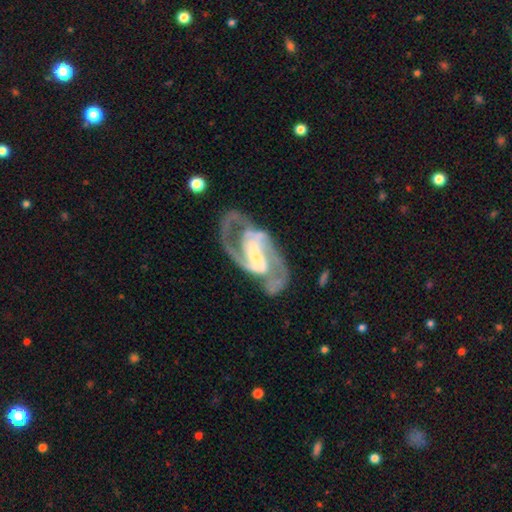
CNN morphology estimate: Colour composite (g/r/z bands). It shows a featured or disk galaxy (91%) with a strong bar (55%), 2 (84%) medium (57%) spiral arms (97%) and a small central bulge (41%). Merging: none (57%).